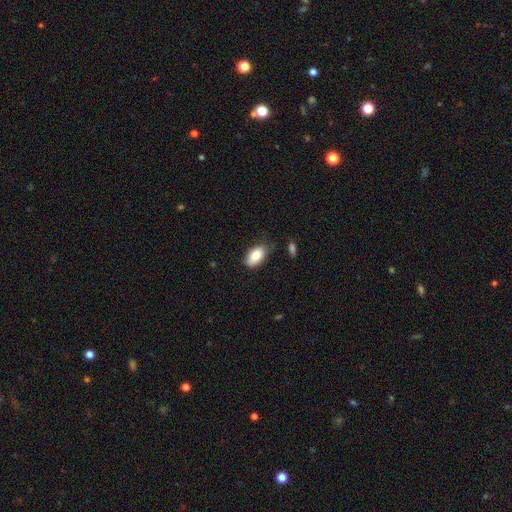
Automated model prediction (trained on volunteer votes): This appears to be a smooth galaxy with no disk features (83%) that is in between round and cigar-shaped (93%). Merging: none (74%).